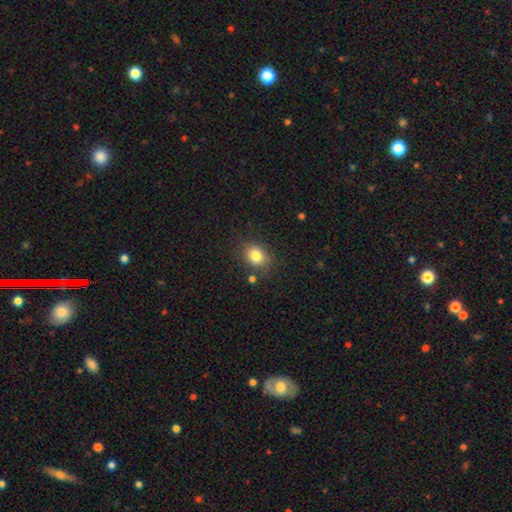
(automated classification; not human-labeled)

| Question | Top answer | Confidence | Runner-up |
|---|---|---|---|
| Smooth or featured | smooth | 82% | star or artifact (11%) |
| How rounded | round | 52% | in between (47%) |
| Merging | none | 79% | minor disturbance (13%) |